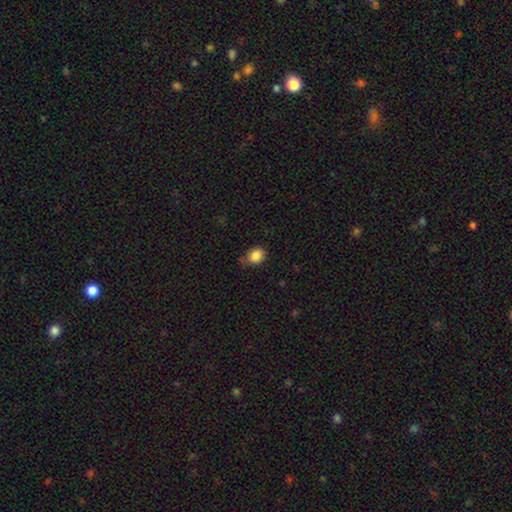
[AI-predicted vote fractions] The model was most divided on "how rounded": round: 56%, in between: 43%, cigar-shaped: 1%. More confident: smooth or featured — smooth (86%); merging — none (68%).